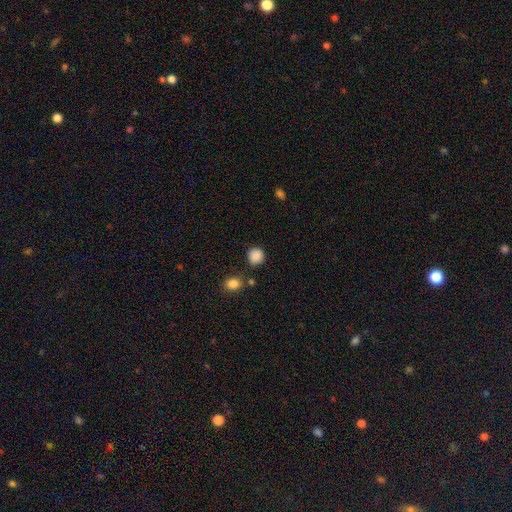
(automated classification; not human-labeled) smooth-or-featured: smooth: 87% | star or artifact: 10% | featured or disk: 3%
  how-rounded: round: 88% | in between: 11% | cigar-shaped: 1%
  merging: none: 81% | minor disturbance: 11% | merger: 4% | major disturbance: 3%